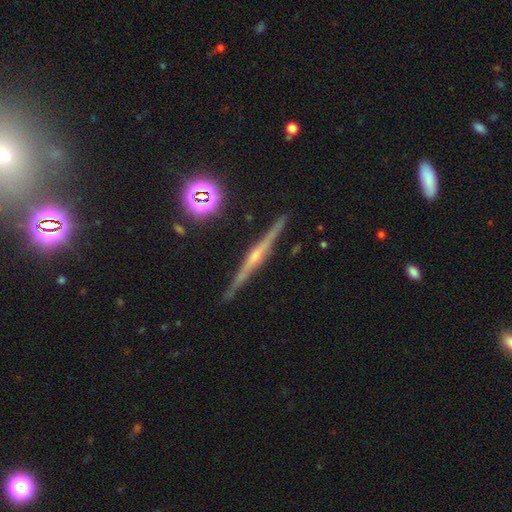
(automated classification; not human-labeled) Smooth or featured?
  - featured or disk: 81% *
  - star or artifact: 9%
  - smooth: 9%
Edge-on disk?
  - yes: 98% *
  - no: 2%
Edge-on bulge?
  - rounded: 75% *
  - none: 16%
  - boxy: 9%
Merging?
  - none: 89% *
  - minor disturbance: 8%
  - major disturbance: 2%
  - merger: 1%